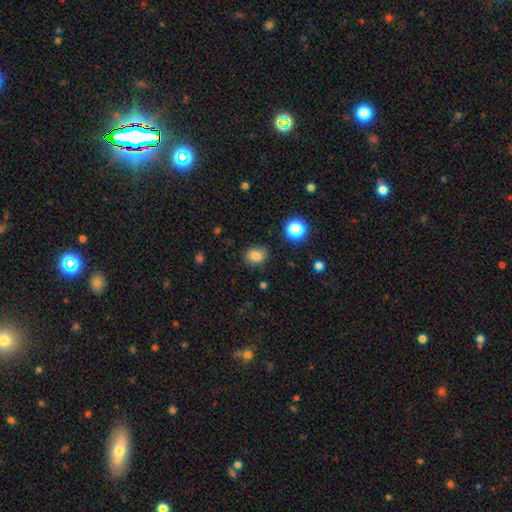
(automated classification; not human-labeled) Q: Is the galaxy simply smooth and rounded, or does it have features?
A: smooth — 81%.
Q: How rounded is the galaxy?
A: round — 54%.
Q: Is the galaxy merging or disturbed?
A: none — 81%.